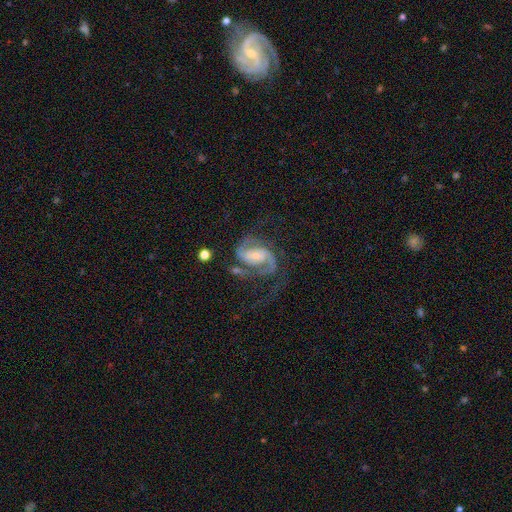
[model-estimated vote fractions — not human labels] featured or disk 89%, smooth 5%, star or artifact 5%. Down the decision tree: edge-on disk — no (98%); bar — weak (42%); spiral arms — yes (97%); spiral arm count — 2 (89%); spiral winding — medium (55%); bulge size — small (57%); merging — none (53%).